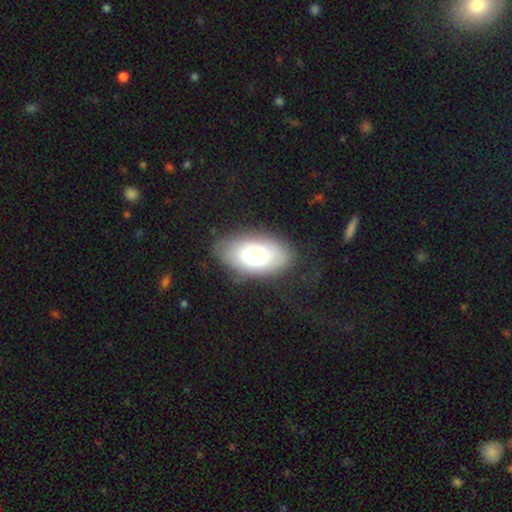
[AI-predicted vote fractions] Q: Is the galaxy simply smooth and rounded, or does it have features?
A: smooth — 56%.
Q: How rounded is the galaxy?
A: in between — 91%.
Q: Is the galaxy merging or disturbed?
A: none — 69%.